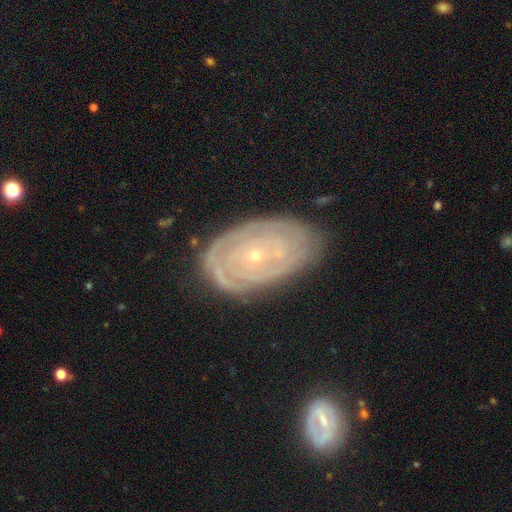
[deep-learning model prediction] Smooth or featured: featured or disk — 82% (smooth — 12%)
Edge-on disk: no — 95% (yes — 5%)
Bar: no — 80% (weak — 15%)
Spiral arms: yes — 90% (no — 10%)
Spiral winding: tight — 82% (medium — 14%)
Spiral arm count: can't tell — 44% (2 — 22%)
Bulge size: small — 84% (moderate — 13%)
Merging: none — 75% (minor disturbance — 18%)